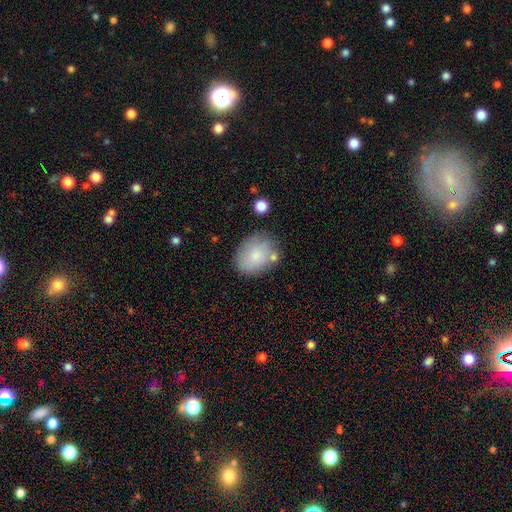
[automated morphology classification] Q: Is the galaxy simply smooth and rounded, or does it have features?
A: smooth — 79%.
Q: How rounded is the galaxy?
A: in between — 64%.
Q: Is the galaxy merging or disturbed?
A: none — 69%.